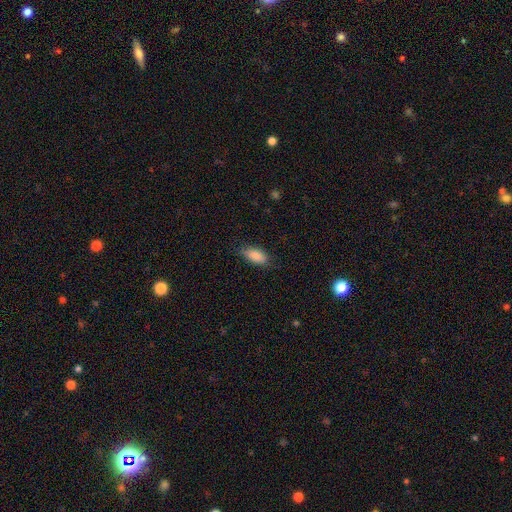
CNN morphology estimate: Smooth or featured: smooth — 88% (star or artifact — 7%)
How rounded: in between — 88% (cigar-shaped — 9%)
Merging: none — 79% (minor disturbance — 16%)